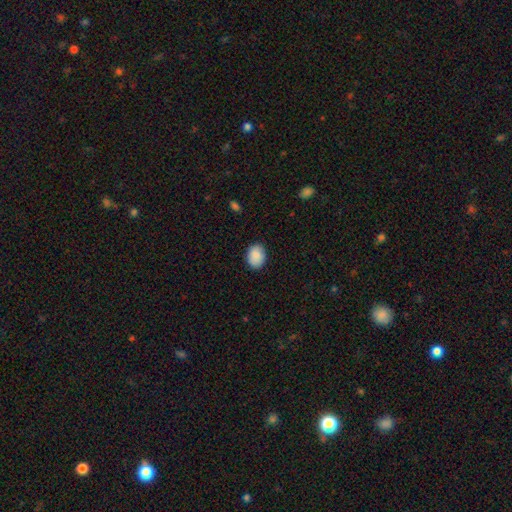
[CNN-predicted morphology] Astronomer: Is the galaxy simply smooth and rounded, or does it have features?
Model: smooth — 89%.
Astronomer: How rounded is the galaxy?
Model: in between — 66%.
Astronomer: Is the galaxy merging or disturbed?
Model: none — 87%.